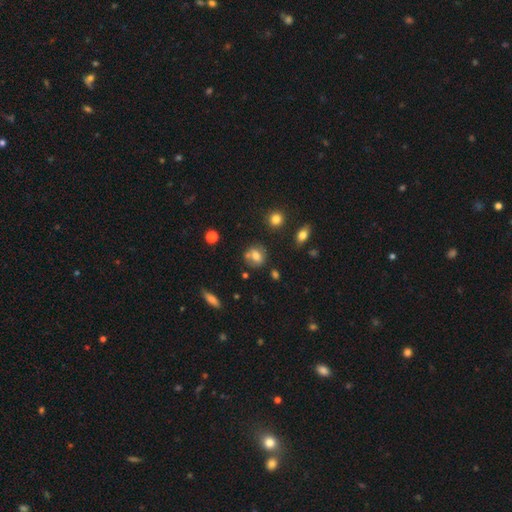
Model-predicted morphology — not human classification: This is likely a smooth galaxy (62%). How rounded: likely round (62%). Merging: likely none (62%).